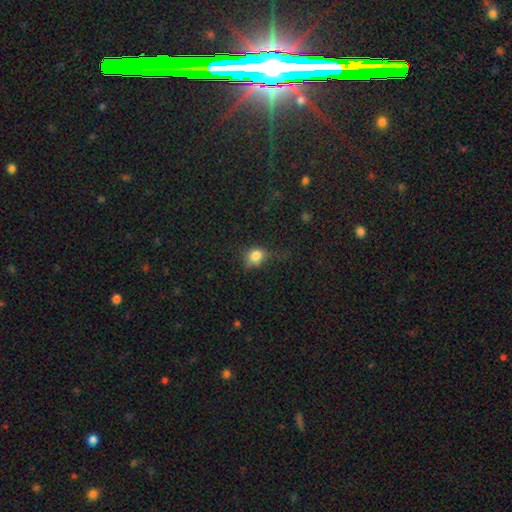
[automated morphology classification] Smooth or featured?
  - smooth: 78% *
  - star or artifact: 12%
  - featured or disk: 9%
How rounded?
  - round: 54% *
  - in between: 44%
  - cigar-shaped: 2%
Merging?
  - none: 48% *
  - minor disturbance: 31%
  - major disturbance: 18%
  - merger: 3%